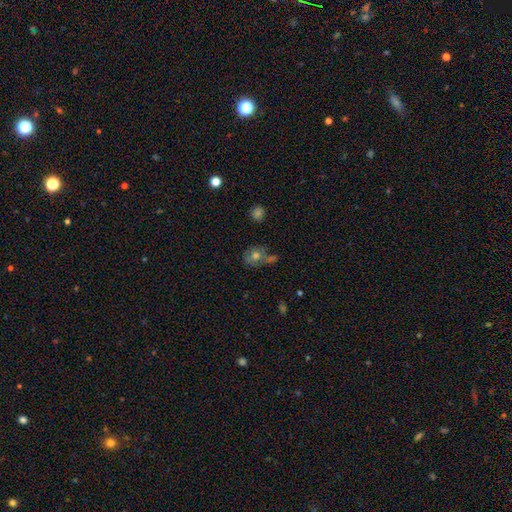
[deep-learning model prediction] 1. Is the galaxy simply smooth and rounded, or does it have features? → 56% smooth, 28% featured or disk, 16% star or artifact.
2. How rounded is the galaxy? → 59% round, 39% in between, 2% cigar-shaped.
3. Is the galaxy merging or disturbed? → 49% none, 22% merger, 19% minor disturbance, 10% major disturbance.